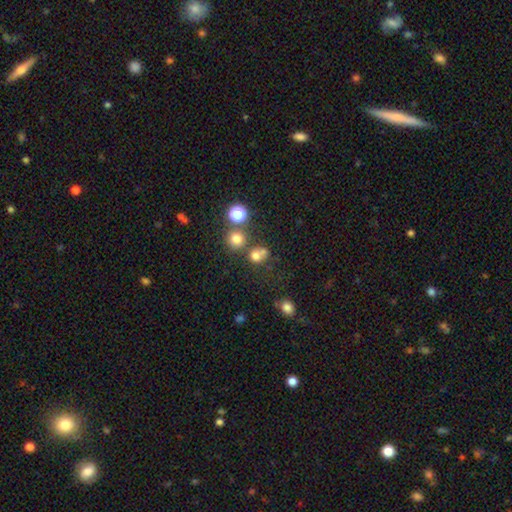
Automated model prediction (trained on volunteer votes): This is likely a smooth galaxy (71%). How rounded: clearly round (81%). Merging: possibly none (51%).